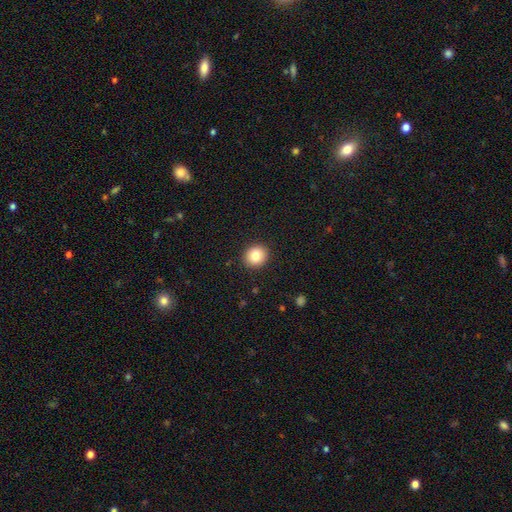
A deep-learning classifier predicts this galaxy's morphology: Overall: smooth (81%). How rounded: round (83%). Merging: none (92%).